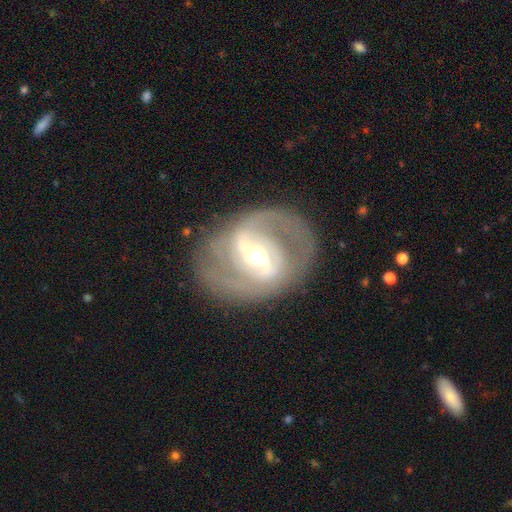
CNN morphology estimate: Smooth or featured? Predicted: featured or disk (p=0.87). Edge-on disk? Predicted: no (p=0.97). Bar? Predicted: weak (p=0.42). Spiral arms? Predicted: yes (p=0.94). Spiral winding? Predicted: medium (p=0.50). Spiral arm count? Predicted: 2 (p=0.74). Bulge size? Predicted: moderate (p=0.55). Merging? Predicted: none (p=0.76).